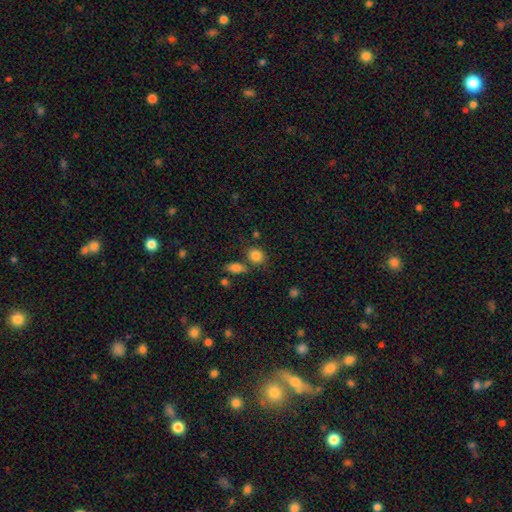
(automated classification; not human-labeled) Smooth or featured?
  - smooth: 84% *
  - star or artifact: 10%
  - featured or disk: 5%
How rounded?
  - round: 56% *
  - in between: 43%
  - cigar-shaped: 1%
Merging?
  - none: 67% *
  - merger: 16%
  - minor disturbance: 12%
  - major disturbance: 4%